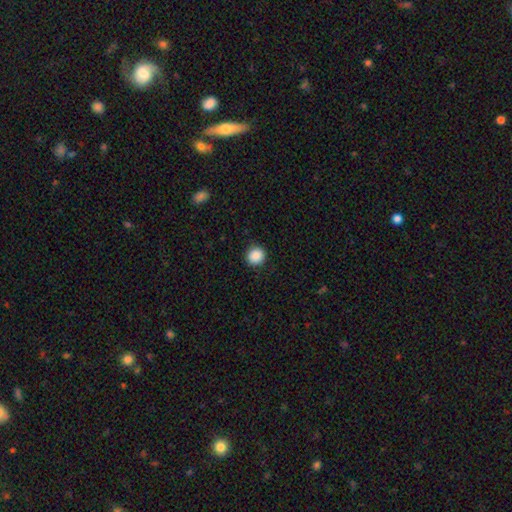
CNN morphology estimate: smooth_or_featured: smooth (p=0.89) [alt: star or artifact p=0.09]
how_rounded: round (p=0.93) [alt: in between p=0.06]
merging: none (p=0.91) [alt: minor disturbance p=0.06]